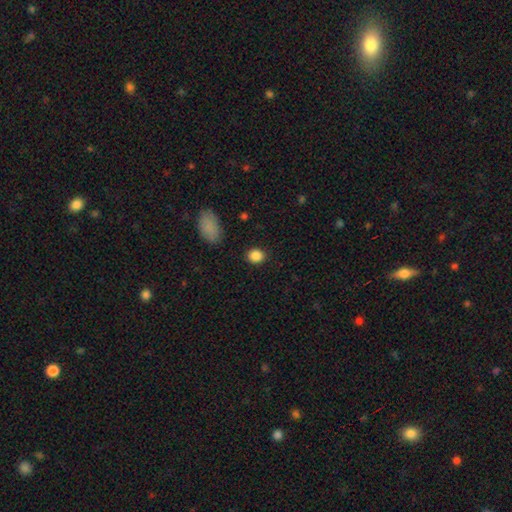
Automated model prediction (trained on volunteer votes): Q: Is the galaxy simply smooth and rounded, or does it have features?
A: smooth — 87%.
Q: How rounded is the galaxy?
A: round — 70%.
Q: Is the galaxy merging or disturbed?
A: none — 88%.